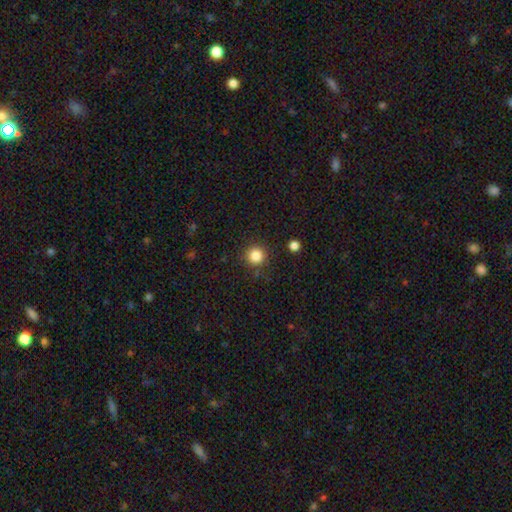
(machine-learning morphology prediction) This is clearly a smooth galaxy (85%). How rounded: clearly round (94%). Merging: clearly none (88%).